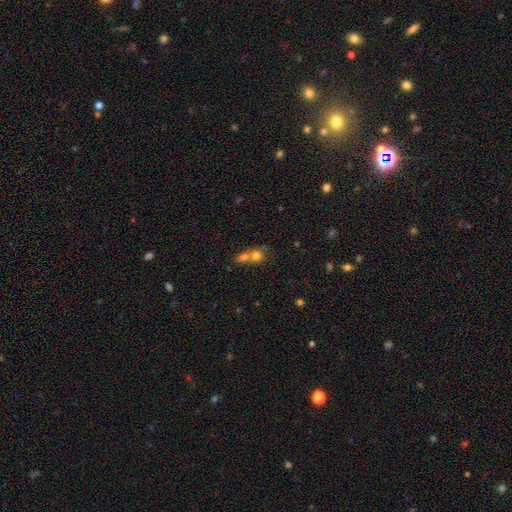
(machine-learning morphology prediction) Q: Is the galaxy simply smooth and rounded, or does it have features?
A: smooth — 73%.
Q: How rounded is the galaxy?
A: round — 80%.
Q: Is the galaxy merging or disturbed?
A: merger — 64%.